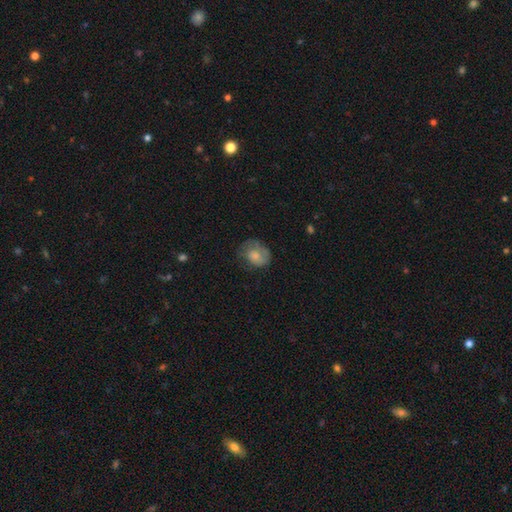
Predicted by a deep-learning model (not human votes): Q: Smooth or featured?
A: smooth (64%); runner-up: featured or disk (28%)
Q: How rounded?
A: round (51%); runner-up: in between (48%)
Q: Merging?
A: none (49%); runner-up: minor disturbance (29%)